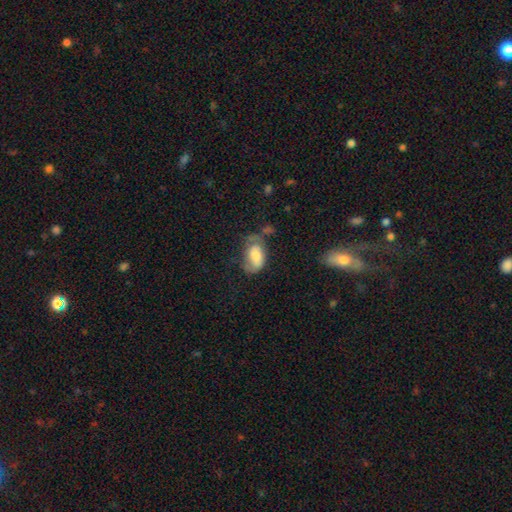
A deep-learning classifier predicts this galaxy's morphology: This appears to be a smooth galaxy with no disk features (68%) that is in between round and cigar-shaped (92%). Merging: none (33%).